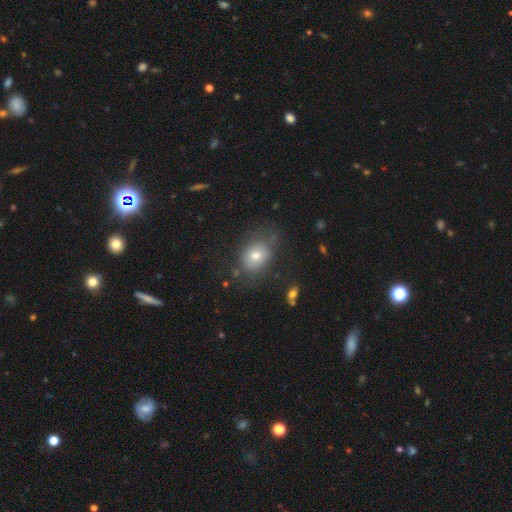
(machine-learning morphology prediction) smooth_or_featured: smooth (p=0.71) [alt: featured or disk p=0.17]
how_rounded: in between (p=0.54) [alt: round p=0.45]
merging: none (p=0.64) [alt: minor disturbance p=0.22]